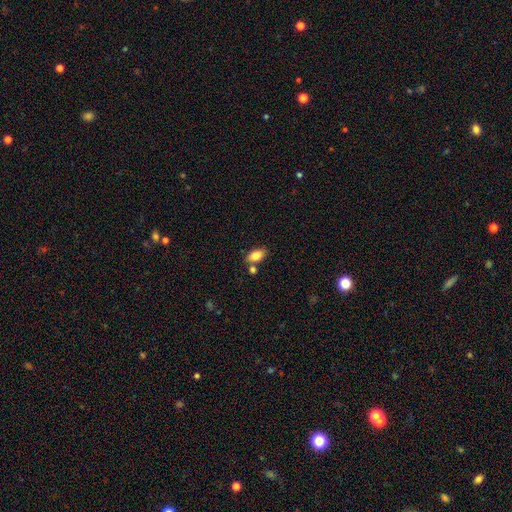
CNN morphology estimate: Q: Smooth or featured?
A: smooth (81%); runner-up: featured or disk (11%)
Q: How rounded?
A: in between (90%); runner-up: round (7%)
Q: Merging?
A: none (71%); runner-up: merger (14%)